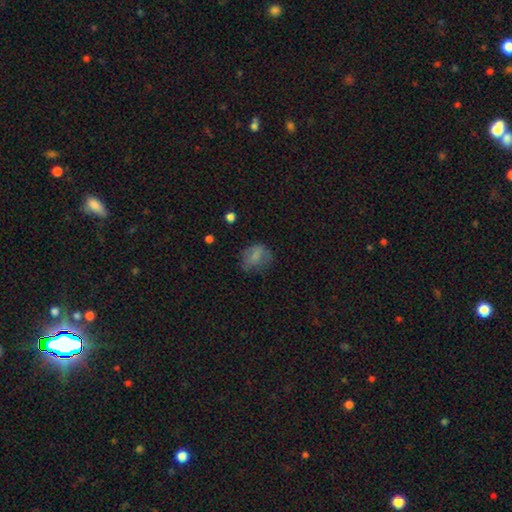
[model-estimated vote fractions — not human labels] This appears to be a smooth galaxy with no disk features (70%) that is in between round and cigar-shaped (54%). Merging: none (55%).